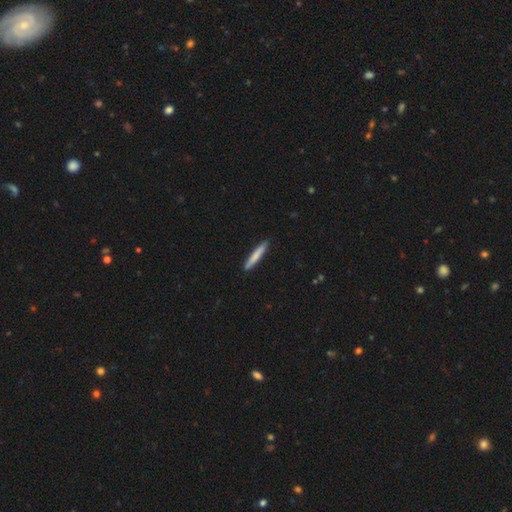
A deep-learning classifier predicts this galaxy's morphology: Q: Smooth or featured?
A: smooth (77%); runner-up: featured or disk (17%)
Q: How rounded?
A: cigar-shaped (95%); runner-up: in between (4%)
Q: Merging?
A: none (91%); runner-up: minor disturbance (7%)